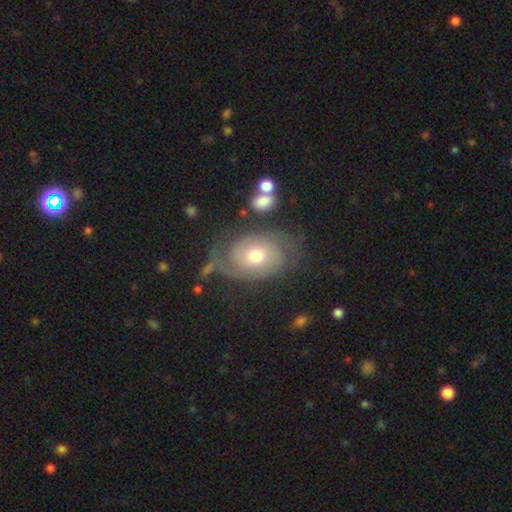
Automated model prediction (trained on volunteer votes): Smooth or featured?
  - featured or disk: 73% *
  - smooth: 19%
  - star or artifact: 8%
Edge-on disk?
  - no: 96% *
  - yes: 4%
Bar?
  - no: 77% *
  - weak: 19%
  - strong: 4%
Spiral arms?
  - yes: 89% *
  - no: 11%
Spiral winding?
  - tight: 50% *
  - medium: 34%
  - loose: 16%
Spiral arm count?
  - 2: 72% *
  - can't tell: 14%
  - 1: 5%
  - 3: 4%
  - 4: 2%
  - more than 4: 2%
Bulge size?
  - moderate: 74% *
  - small: 16%
  - large: 8%
  - dominant: 1%
  - none: 1%
Merging?
  - none: 65% *
  - minor disturbance: 19%
  - major disturbance: 12%
  - merger: 4%